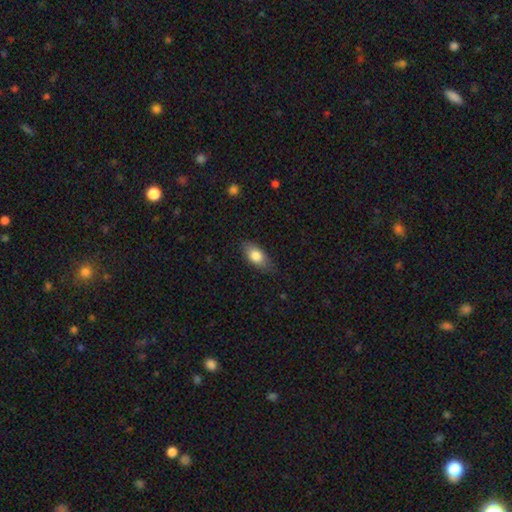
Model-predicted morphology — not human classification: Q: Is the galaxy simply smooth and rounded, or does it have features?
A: smooth — 79%.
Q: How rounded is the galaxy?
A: in between — 87%.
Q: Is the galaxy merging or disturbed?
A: none — 75%.